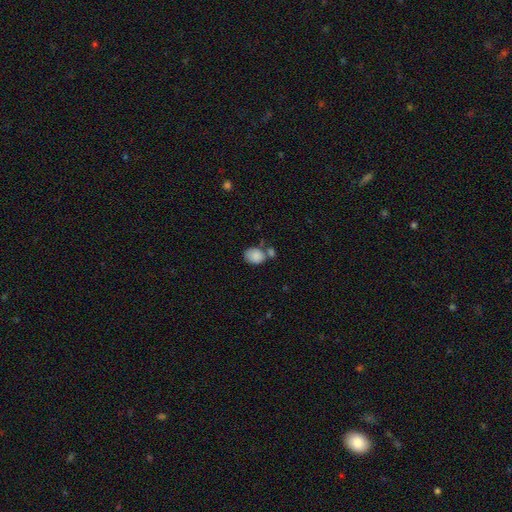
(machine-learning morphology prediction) A smooth galaxy with no disk features (86%) that is in between round and cigar-shaped (65%).

Vote fractions:
- Smooth or featured? smooth: 86% / star or artifact: 8% / featured or disk: 7%
- How rounded? in between: 65% / round: 34% / cigar-shaped: 1%
- Merging? none: 49% / merger: 29% / minor disturbance: 17% / major disturbance: 6%